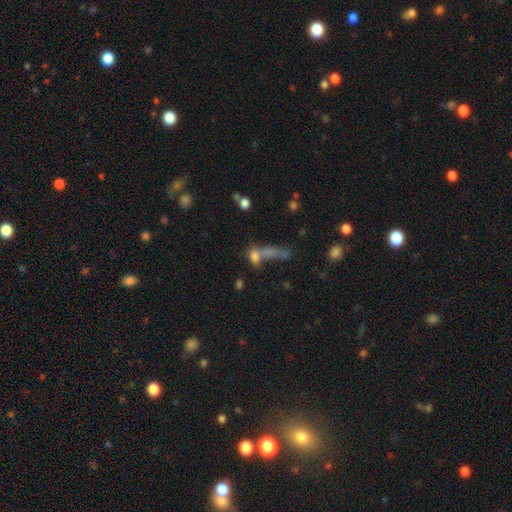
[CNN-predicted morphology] smooth-or-featured: smooth: 67% | star or artifact: 16% | featured or disk: 16%
  how-rounded: in between: 50% | cigar-shaped: 30% | round: 20%
  merging: merger: 40% | none: 36% | major disturbance: 13% | minor disturbance: 11%